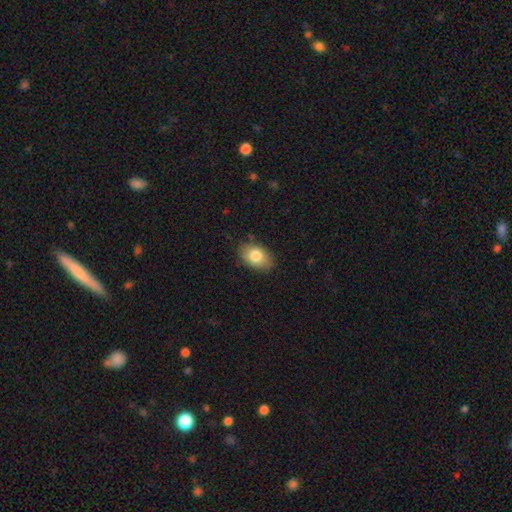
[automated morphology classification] A smooth galaxy with no disk features (81%) that is in between round and cigar-shaped (85%). Merging: none (82%).